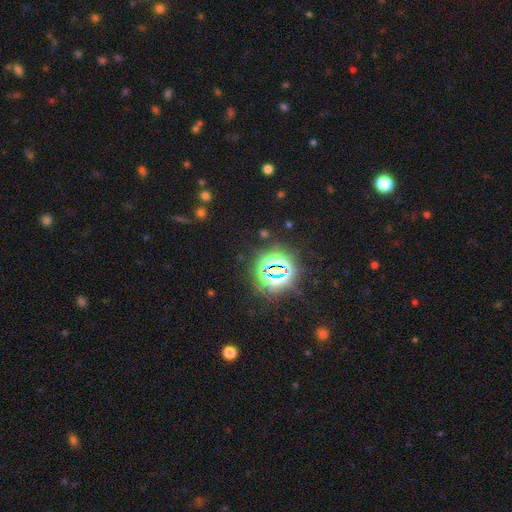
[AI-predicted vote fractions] smooth_or_featured: star or artifact (p=0.81) [alt: smooth p=0.13]